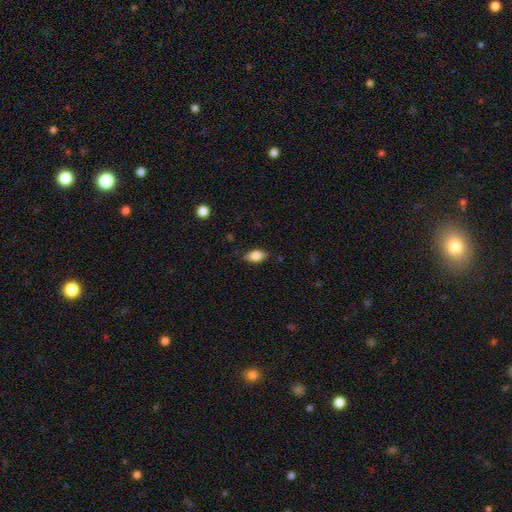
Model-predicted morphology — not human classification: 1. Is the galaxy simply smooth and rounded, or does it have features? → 83% smooth, 10% featured or disk, 8% star or artifact.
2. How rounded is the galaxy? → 89% in between, 6% cigar-shaped, 5% round.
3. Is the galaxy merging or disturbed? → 84% none, 12% minor disturbance, 2% major disturbance, 1% merger.